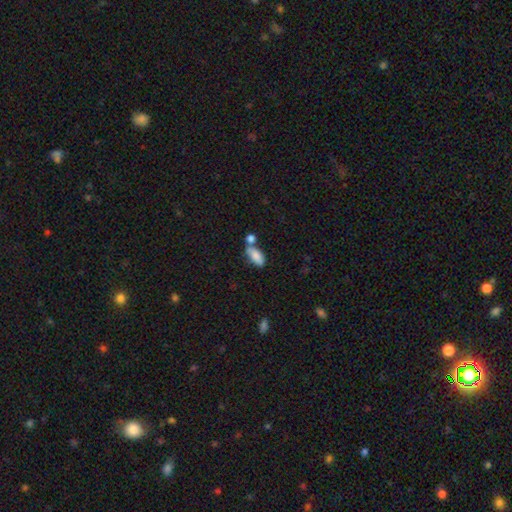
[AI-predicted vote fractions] A smooth galaxy with no disk features (83%) that is in between round and cigar-shaped (88%). Merging: none (45%).